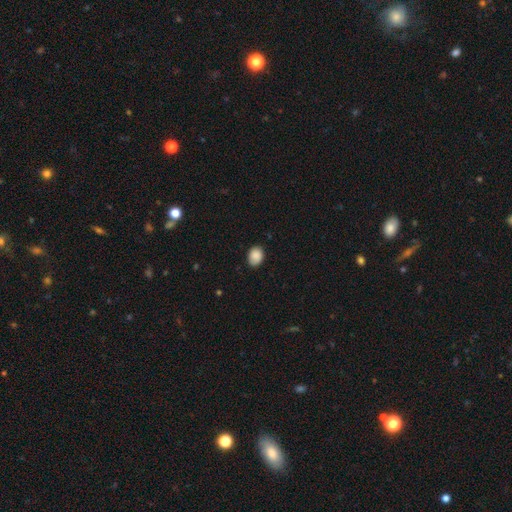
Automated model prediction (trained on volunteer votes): Smooth or featured? Predicted: smooth (p=0.88). How rounded? Predicted: in between (p=0.62). Merging? Predicted: none (p=0.80).